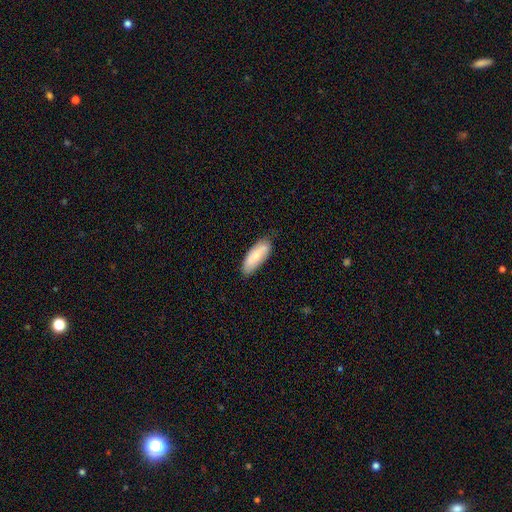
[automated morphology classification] Smooth or featured: smooth — 73% (featured or disk — 21%)
How rounded: in between — 72% (cigar-shaped — 26%)
Merging: none — 76% (minor disturbance — 20%)